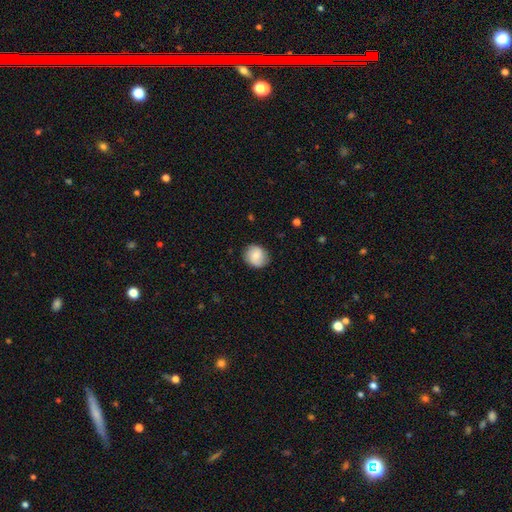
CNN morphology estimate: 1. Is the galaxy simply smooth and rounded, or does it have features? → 71% smooth, 22% featured or disk, 7% star or artifact.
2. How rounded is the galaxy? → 80% round, 19% in between, 1% cigar-shaped.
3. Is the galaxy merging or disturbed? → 84% none, 12% minor disturbance, 3% major disturbance, 1% merger.